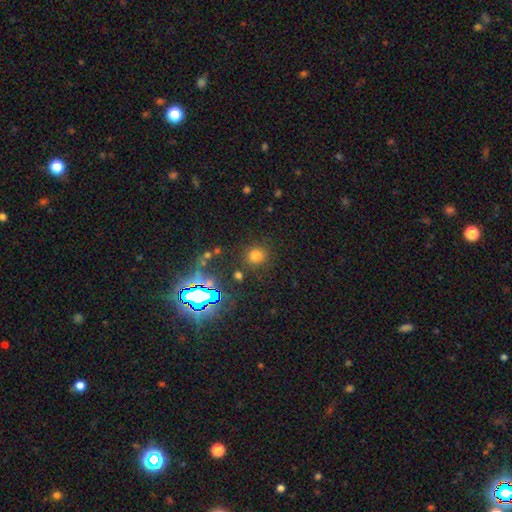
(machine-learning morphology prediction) Overall: smooth (69%). How rounded: round (87%). Merging: none (83%).